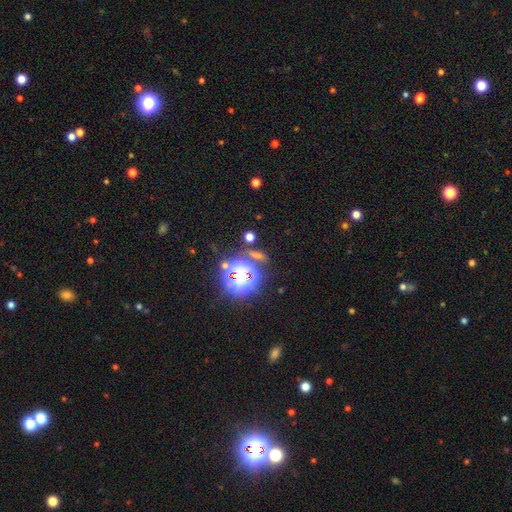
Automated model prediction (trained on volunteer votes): Overall: star or artifact (66%).